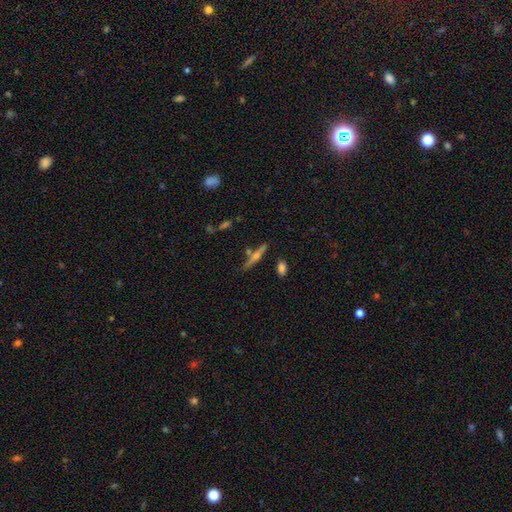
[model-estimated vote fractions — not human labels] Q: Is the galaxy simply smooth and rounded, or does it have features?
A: featured or disk — 56%.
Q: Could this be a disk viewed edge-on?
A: yes — 95%.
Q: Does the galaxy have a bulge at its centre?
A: rounded — 86%.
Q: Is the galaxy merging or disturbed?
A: none — 73%.